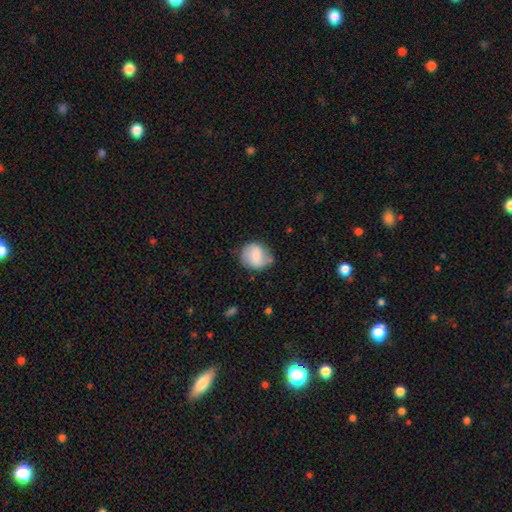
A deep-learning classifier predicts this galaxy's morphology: Smooth or featured: smooth — 69% (featured or disk — 24%)
How rounded: round — 79% (in between — 20%)
Merging: none — 71% (minor disturbance — 20%)